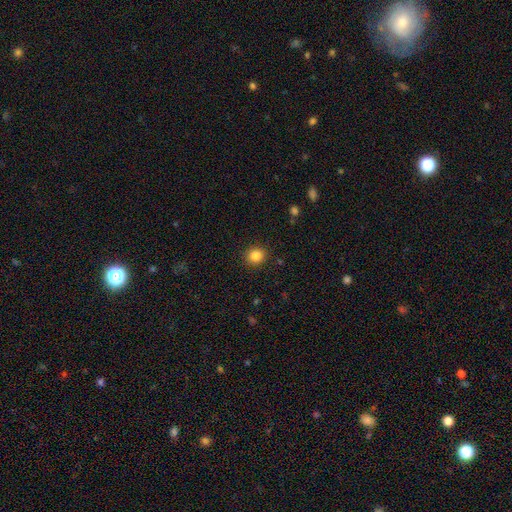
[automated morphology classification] This is clearly a smooth galaxy (84%). How rounded: clearly round (82%). Merging: clearly none (90%).